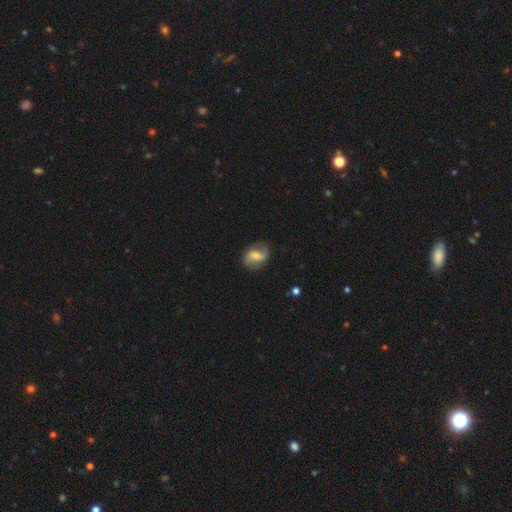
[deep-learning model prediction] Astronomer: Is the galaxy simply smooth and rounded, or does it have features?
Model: featured or disk — 67%.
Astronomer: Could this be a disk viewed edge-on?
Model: no — 97%.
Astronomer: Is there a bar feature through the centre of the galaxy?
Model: weak — 48% (runner-up: strong, 27%).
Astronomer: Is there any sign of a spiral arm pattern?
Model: yes — 90%.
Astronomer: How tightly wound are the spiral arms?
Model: loose — 49% (runner-up: medium, 37%).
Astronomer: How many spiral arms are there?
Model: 2 — 90%.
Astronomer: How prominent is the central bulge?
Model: moderate — 47% (runner-up: small, 37%).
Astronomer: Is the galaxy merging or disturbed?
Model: none — 81%.